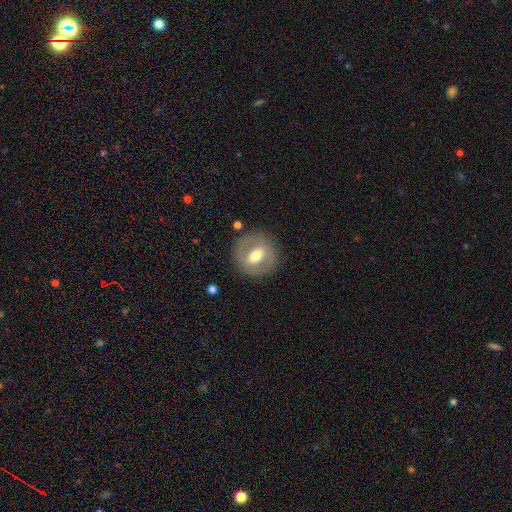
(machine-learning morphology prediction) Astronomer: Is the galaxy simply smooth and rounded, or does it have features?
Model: featured or disk — 50% (runner-up: smooth, 43%).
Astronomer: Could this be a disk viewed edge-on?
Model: no — 91%.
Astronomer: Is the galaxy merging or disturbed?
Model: none — 83%.